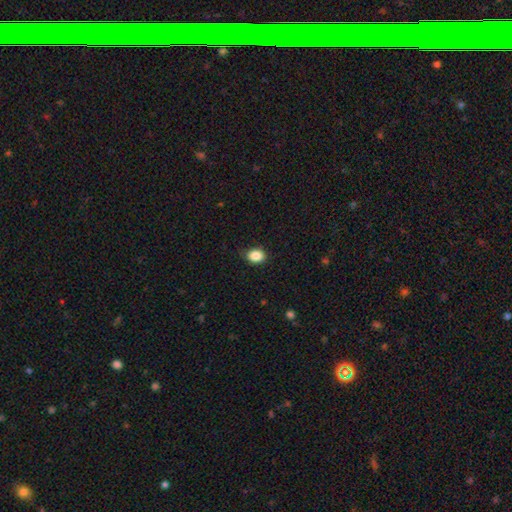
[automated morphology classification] Overall: smooth (87%). How rounded: in between (56%; round 43%). Merging: none (82%).